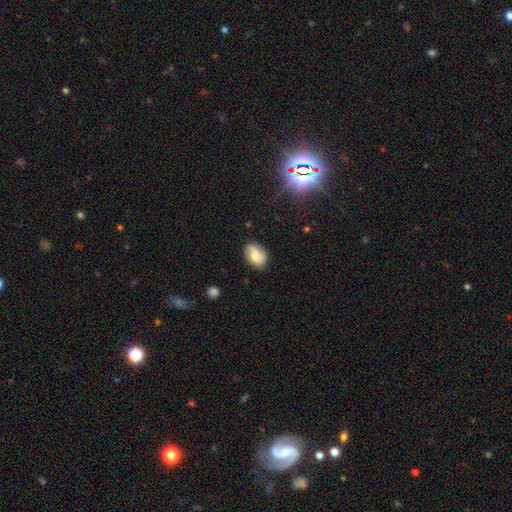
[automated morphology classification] Smooth or featured?
  - smooth: 60% *
  - featured or disk: 31%
  - star or artifact: 10%
How rounded?
  - in between: 76% *
  - round: 22%
  - cigar-shaped: 1%
Merging?
  - none: 68% *
  - minor disturbance: 24%
  - major disturbance: 6%
  - merger: 2%